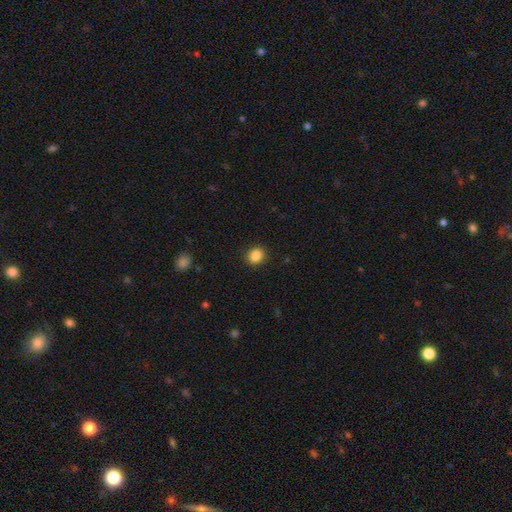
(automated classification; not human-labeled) A smooth galaxy with no disk features (86%) that is round (69%). Merging: none (90%).